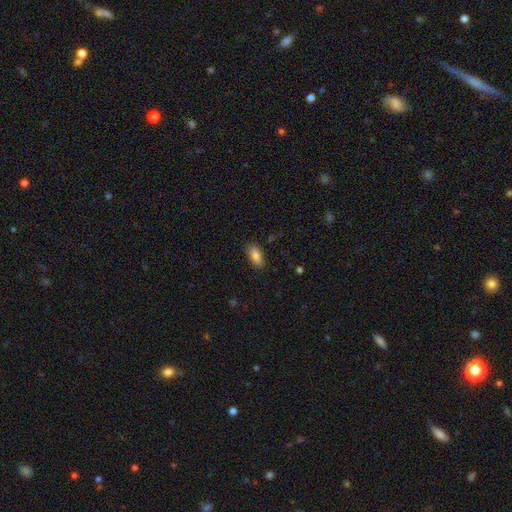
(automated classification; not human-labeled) This is clearly a smooth galaxy (82%). How rounded: clearly in between (84%). Merging: clearly none (85%).